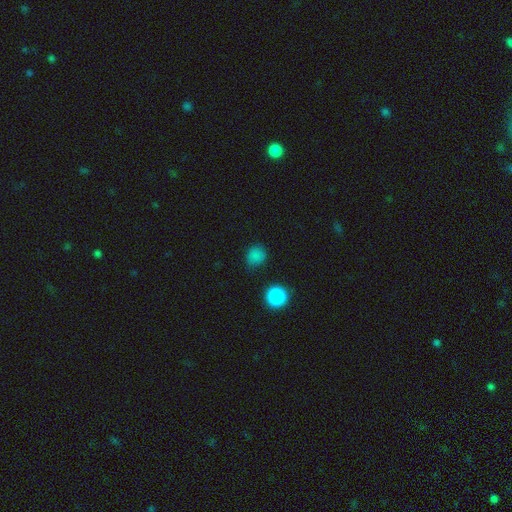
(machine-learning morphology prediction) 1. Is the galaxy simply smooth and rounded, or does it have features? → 78% smooth, 18% star or artifact, 4% featured or disk.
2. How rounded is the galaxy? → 80% round, 18% in between, 1% cigar-shaped.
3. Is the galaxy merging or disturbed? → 73% none, 19% minor disturbance, 5% major disturbance, 3% merger.